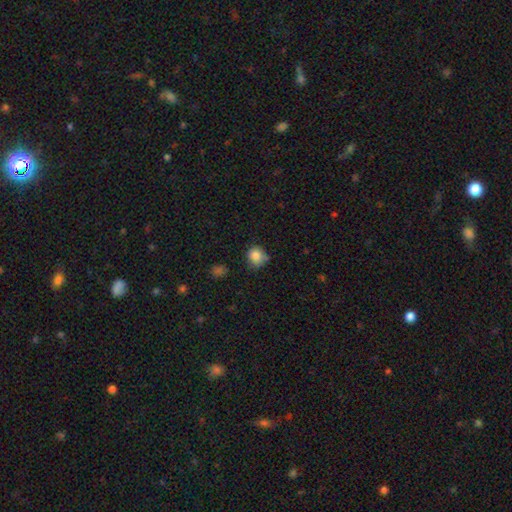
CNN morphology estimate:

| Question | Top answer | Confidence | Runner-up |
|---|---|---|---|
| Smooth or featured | smooth | 82% | star or artifact (10%) |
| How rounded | round | 83% | in between (16%) |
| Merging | none | 65% | minor disturbance (26%) |